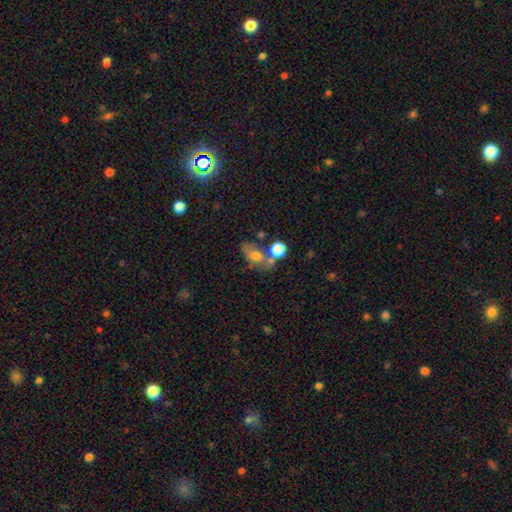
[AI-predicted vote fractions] Q: Smooth or featured?
A: smooth (63%); runner-up: featured or disk (25%)
Q: How rounded?
A: in between (73%); runner-up: round (23%)
Q: Merging?
A: none (38%); runner-up: merger (32%)